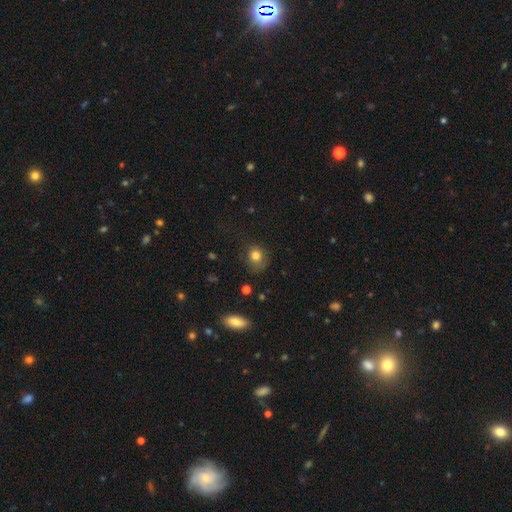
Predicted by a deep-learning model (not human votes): Q: Smooth or featured?
A: smooth (80%); runner-up: star or artifact (12%)
Q: How rounded?
A: round (74%); runner-up: in between (25%)
Q: Merging?
A: none (66%); runner-up: minor disturbance (22%)